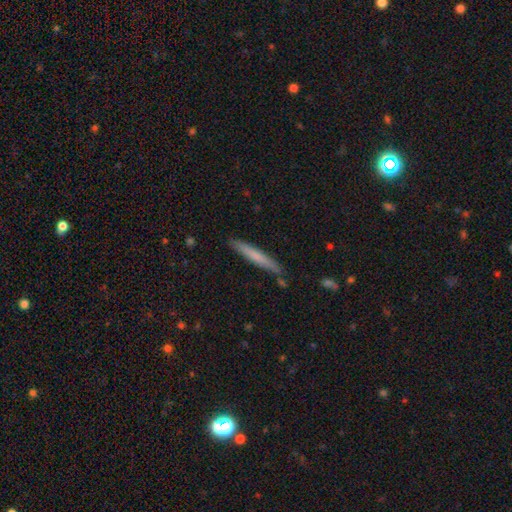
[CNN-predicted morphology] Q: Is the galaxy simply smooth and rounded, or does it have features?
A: smooth — 66%.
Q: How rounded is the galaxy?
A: cigar-shaped — 96%.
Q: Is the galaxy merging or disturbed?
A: none — 86%.